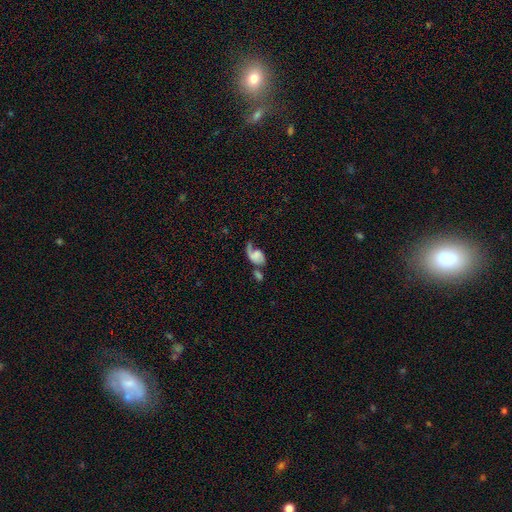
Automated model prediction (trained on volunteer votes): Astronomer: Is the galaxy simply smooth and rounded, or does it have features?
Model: featured or disk — 57% (runner-up: smooth, 34%).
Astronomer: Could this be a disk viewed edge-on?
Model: no — 97%.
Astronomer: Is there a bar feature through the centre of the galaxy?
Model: no — 67%.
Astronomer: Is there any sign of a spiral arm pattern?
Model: yes — 84%.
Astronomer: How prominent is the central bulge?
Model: none — 45% (runner-up: small, 23%).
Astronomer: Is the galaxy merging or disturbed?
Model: merger — 35% (runner-up: major disturbance, 26%).